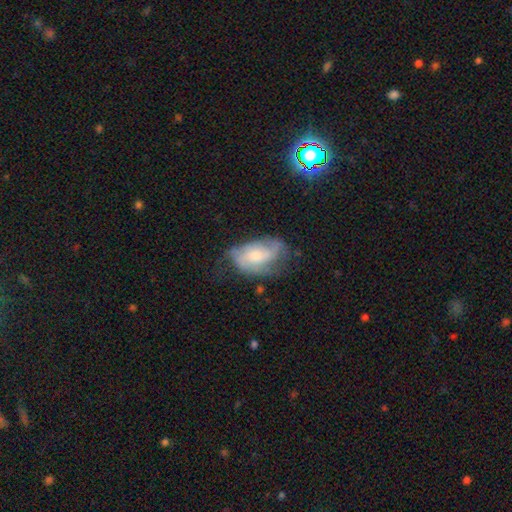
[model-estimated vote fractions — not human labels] Smooth or featured? featured or disk (61%)
Edge-on disk? no (95%)
Bar? no (65%)
Spiral arms? yes (78%)
Bulge size? moderate (51%)
Merging? none (45%)